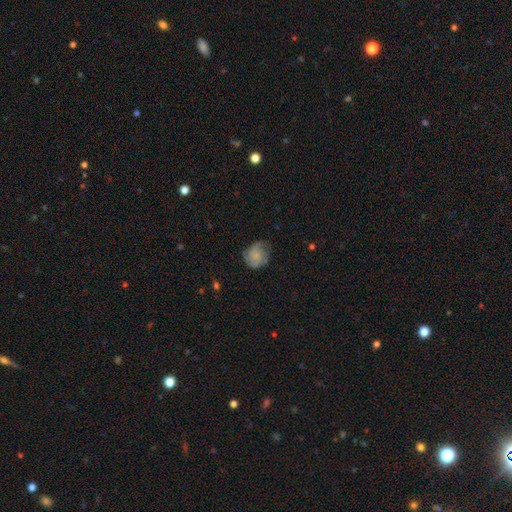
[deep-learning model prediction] Overall: featured or disk (47%; smooth 44%). Merging: none (63%; minor disturbance 25%).